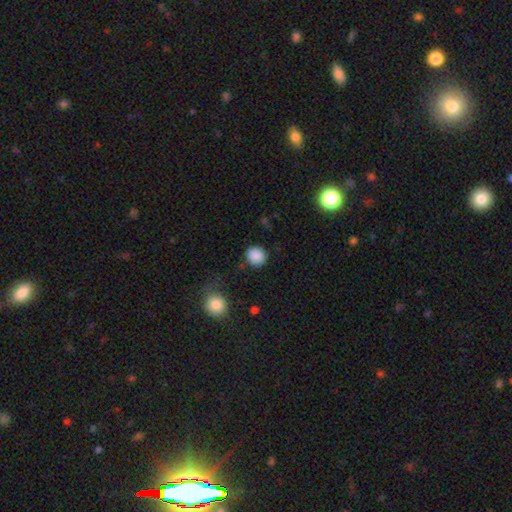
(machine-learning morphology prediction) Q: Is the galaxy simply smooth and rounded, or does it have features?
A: smooth — 88%.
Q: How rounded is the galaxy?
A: round — 88%.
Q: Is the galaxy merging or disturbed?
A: none — 85%.